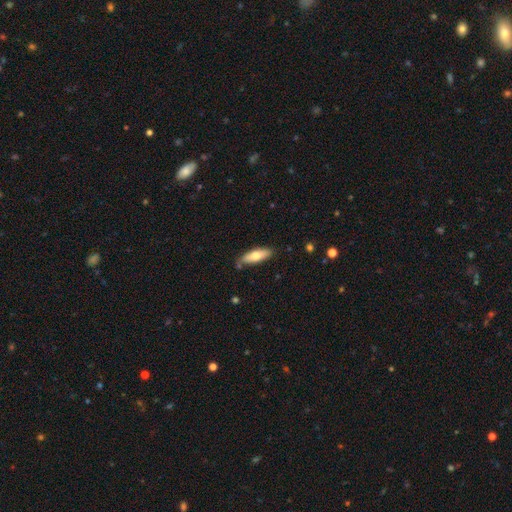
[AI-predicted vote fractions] A smooth galaxy with no disk features (70%) that is in between round and cigar-shaped (53%). Merging: none (77%).